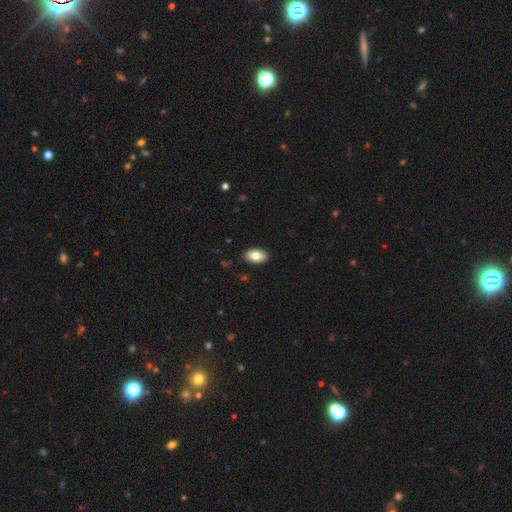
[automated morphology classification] type=smooth (80%); roundness=in between (92%); merging=none (89%).